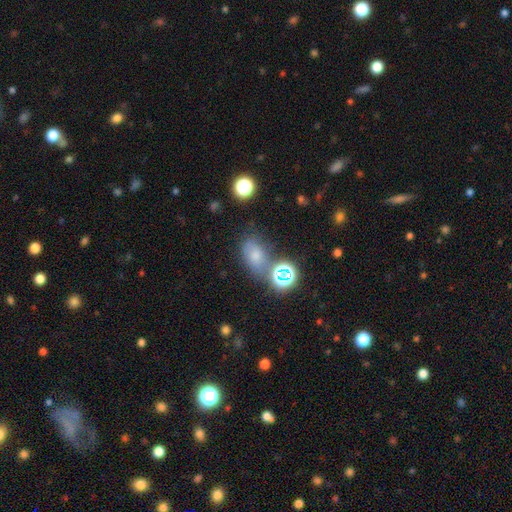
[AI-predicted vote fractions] Smooth or featured?
  - smooth: 62% *
  - star or artifact: 24%
  - featured or disk: 15%
How rounded?
  - in between: 75% *
  - round: 23%
  - cigar-shaped: 2%
Merging?
  - none: 56% *
  - minor disturbance: 21%
  - merger: 14%
  - major disturbance: 9%